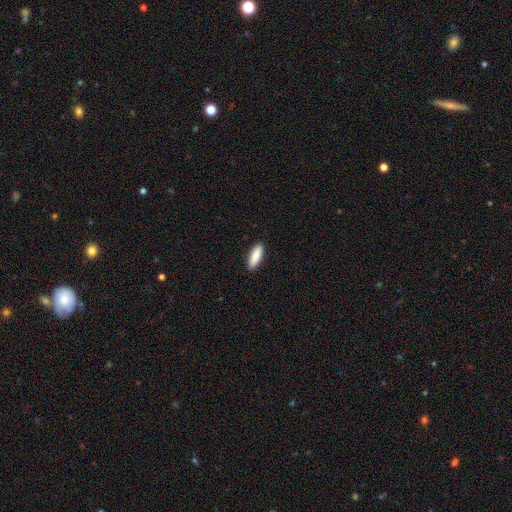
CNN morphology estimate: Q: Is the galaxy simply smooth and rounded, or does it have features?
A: smooth — 89%.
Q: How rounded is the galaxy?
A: in between — 52%.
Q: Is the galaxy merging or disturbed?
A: none — 90%.